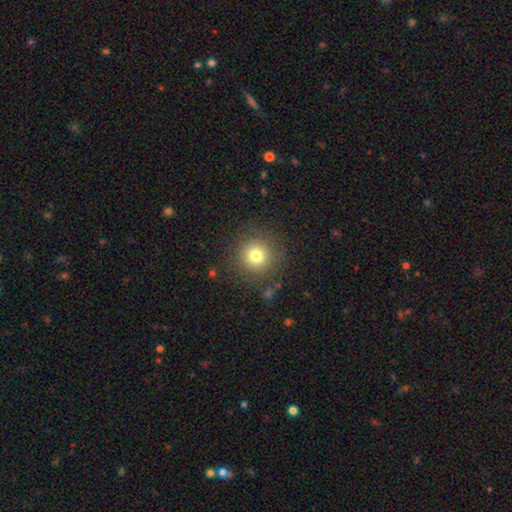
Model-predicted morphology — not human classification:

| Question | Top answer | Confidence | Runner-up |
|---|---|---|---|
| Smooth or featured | smooth | 77% | star or artifact (14%) |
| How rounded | round | 95% | in between (4%) |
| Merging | none | 87% | minor disturbance (8%) |